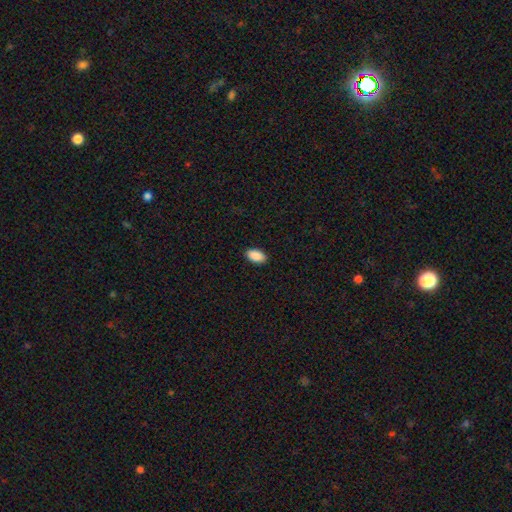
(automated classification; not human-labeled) Overall: smooth (90%). How rounded: in between (94%). Merging: none (90%).